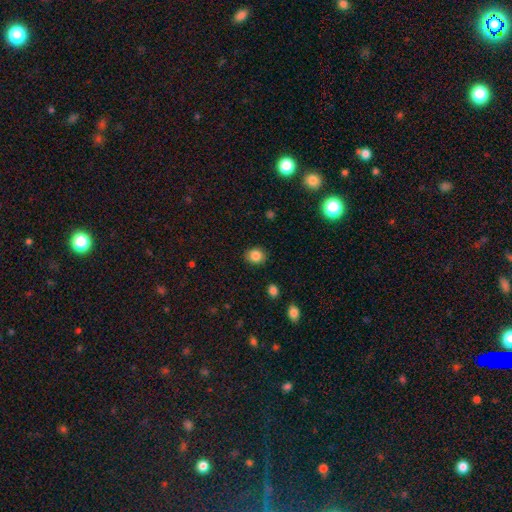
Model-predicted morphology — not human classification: Smooth or featured?
  - smooth: 84% *
  - star or artifact: 10%
  - featured or disk: 6%
How rounded?
  - round: 62% *
  - in between: 37%
  - cigar-shaped: 1%
Merging?
  - none: 88% *
  - minor disturbance: 9%
  - major disturbance: 2%
  - merger: 1%